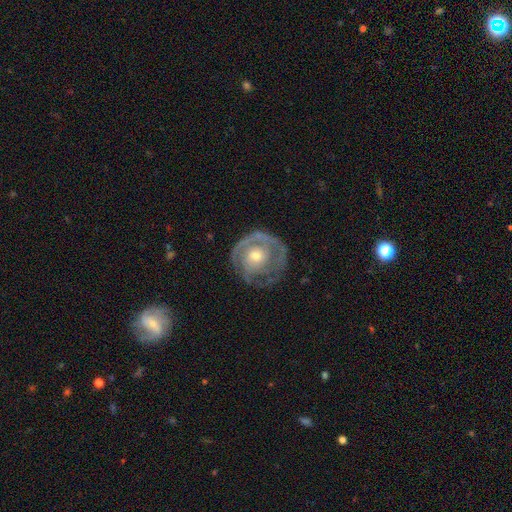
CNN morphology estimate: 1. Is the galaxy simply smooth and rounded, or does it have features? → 76% featured or disk, 18% smooth, 6% star or artifact.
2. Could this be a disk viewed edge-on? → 97% no, 3% yes.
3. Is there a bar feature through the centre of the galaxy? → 80% no, 16% weak, 4% strong.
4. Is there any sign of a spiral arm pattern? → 77% yes, 23% no.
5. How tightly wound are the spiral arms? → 68% tight, 23% medium, 9% loose.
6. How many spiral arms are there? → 38% can't tell, 23% 2, 19% 1, 12% 3, 4% 4, 4% more than 4.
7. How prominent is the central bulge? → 52% moderate, 41% small, 4% large, 1% none, 1% dominant.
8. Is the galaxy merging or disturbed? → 63% none, 20% minor disturbance, 15% major disturbance, 2% merger.